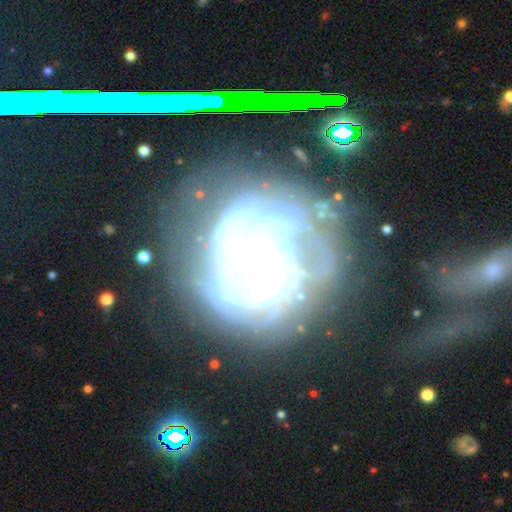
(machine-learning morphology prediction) smooth_or_featured: featured or disk (p=0.74) [alt: star or artifact p=0.17]
disk_edge_on: no (p=0.95) [alt: yes p=0.05]
bar: no (p=0.70) [alt: strong p=0.16]
has_spiral_arms: yes (p=0.72) [alt: no p=0.28]
spiral_winding: tight (p=0.58) [alt: medium p=0.27]
spiral_arm_count: can't tell (p=0.35) [alt: 3 p=0.16]
bulge_size: large (p=0.33) [alt: none p=0.25]
merging: none (p=0.53) [alt: major disturbance p=0.24]